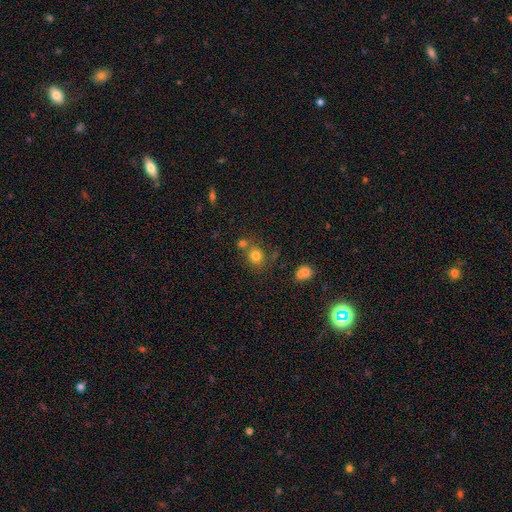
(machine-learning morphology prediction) type=smooth (77%); roundness=round (74%); merging=none (62%).